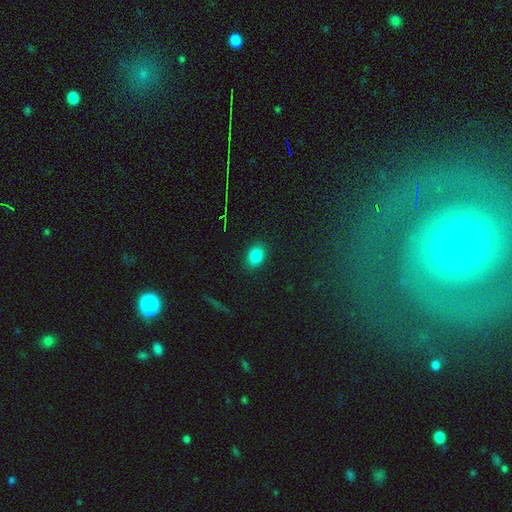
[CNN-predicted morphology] This appears to be a smooth galaxy with no disk features (82%) that is in between round and cigar-shaped (71%). Merging: none (87%).